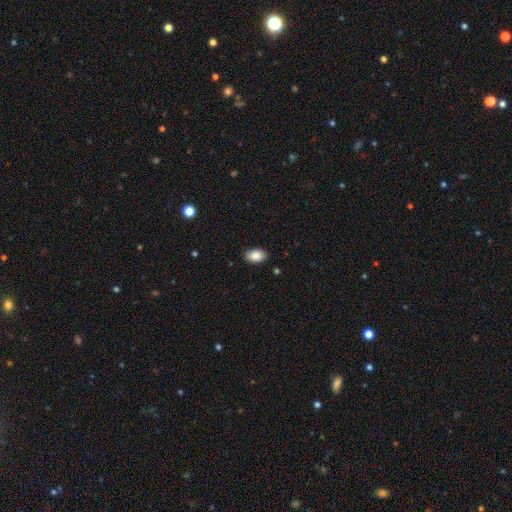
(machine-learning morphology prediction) Smooth or featured?
  - smooth: 86% *
  - star or artifact: 7%
  - featured or disk: 7%
How rounded?
  - in between: 91% *
  - round: 8%
  - cigar-shaped: 1%
Merging?
  - none: 88% *
  - minor disturbance: 9%
  - major disturbance: 2%
  - merger: 1%